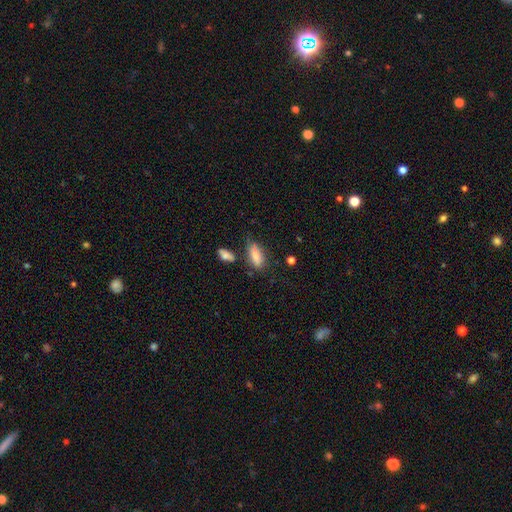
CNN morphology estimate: This is clearly a smooth galaxy (81%). How rounded: likely in between (73%). Merging: possibly none (58%).